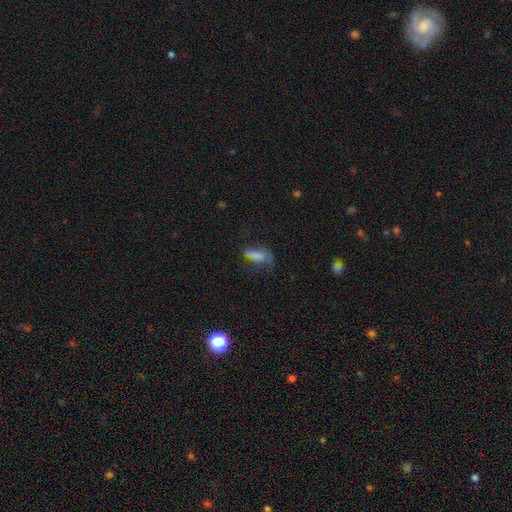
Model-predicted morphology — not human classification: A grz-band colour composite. It shows a smooth galaxy with no disk features (61%) that is in between round and cigar-shaped (65%). Merging: major disturbance (42%).